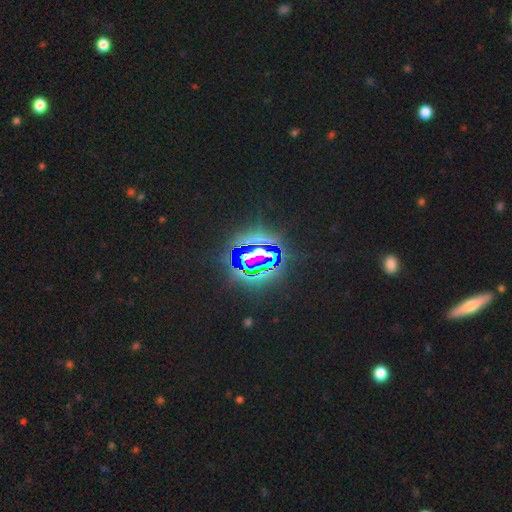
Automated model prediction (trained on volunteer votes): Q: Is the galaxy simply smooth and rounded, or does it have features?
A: star or artifact — 80%.